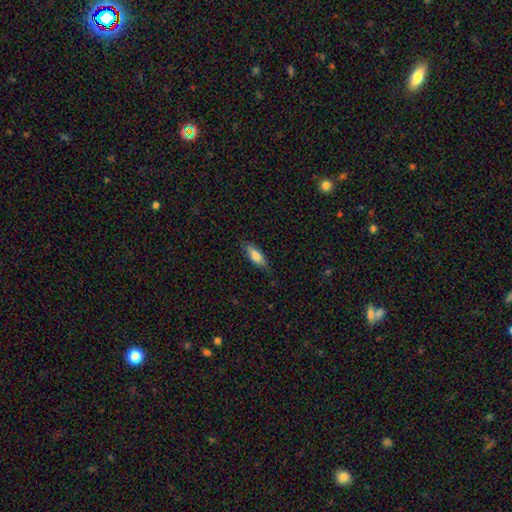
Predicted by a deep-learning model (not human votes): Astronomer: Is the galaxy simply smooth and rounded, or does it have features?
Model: smooth — 78%.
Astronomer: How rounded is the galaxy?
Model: in between — 62%.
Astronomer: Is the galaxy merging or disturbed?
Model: none — 79%.